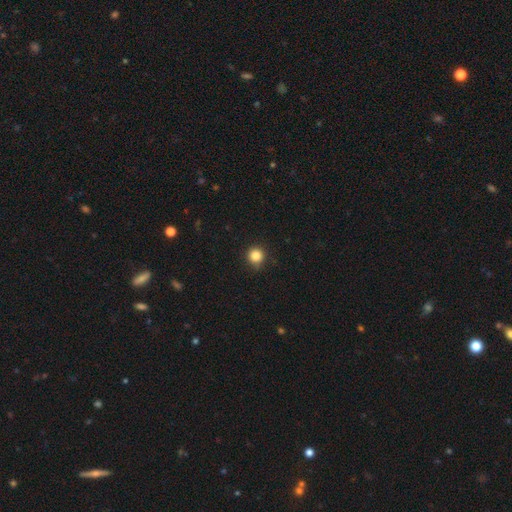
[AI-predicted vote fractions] Q: Smooth or featured?
A: smooth (85%); runner-up: star or artifact (12%)
Q: How rounded?
A: round (94%); runner-up: in between (6%)
Q: Merging?
A: none (87%); runner-up: minor disturbance (10%)